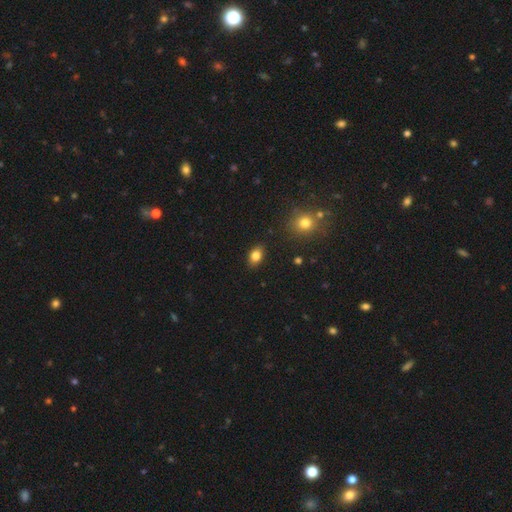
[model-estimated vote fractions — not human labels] smooth 83%, star or artifact 10%, featured or disk 7%. Down the decision tree: how rounded — in between (77%); merging — none (86%).